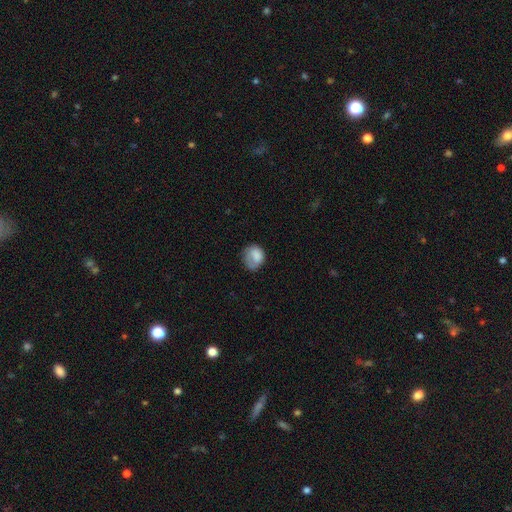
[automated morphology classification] smooth 77%, featured or disk 15%, star or artifact 8%. Down the decision tree: how rounded — round (59%); merging — none (49%).